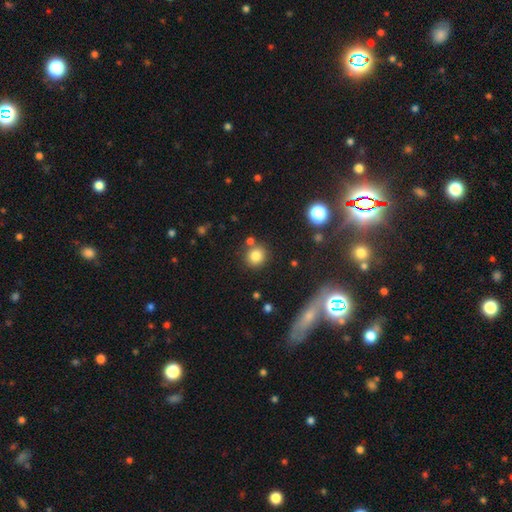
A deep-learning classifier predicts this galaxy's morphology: smooth-or-featured: smooth: 81% | star or artifact: 12% | featured or disk: 6%
  how-rounded: round: 85% | in between: 13% | cigar-shaped: 1%
  merging: none: 79% | merger: 9% | minor disturbance: 9% | major disturbance: 3%